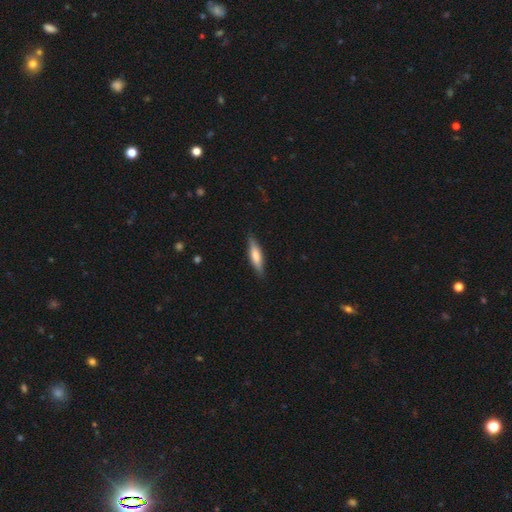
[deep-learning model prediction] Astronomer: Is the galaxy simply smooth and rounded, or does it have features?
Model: smooth — 59% (runner-up: featured or disk, 35%).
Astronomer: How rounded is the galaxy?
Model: cigar-shaped — 74%.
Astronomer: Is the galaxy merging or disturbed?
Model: none — 86%.